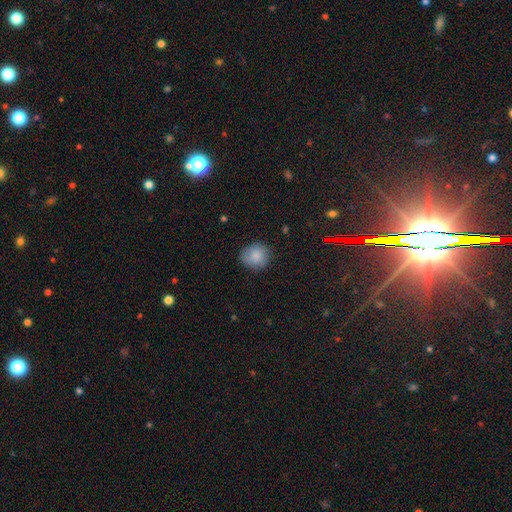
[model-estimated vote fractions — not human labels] This is clearly a smooth galaxy (86%). How rounded: clearly round (82%). Merging: clearly none (82%).